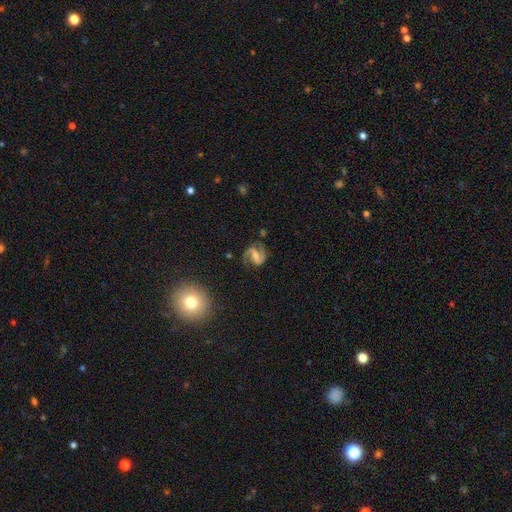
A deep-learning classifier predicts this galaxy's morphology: A featured or disk galaxy (87%) with a weak bar (42%), 2 (92%) medium (56%) spiral arms (97%) and a small central bulge (48%). Merging: none (77%).